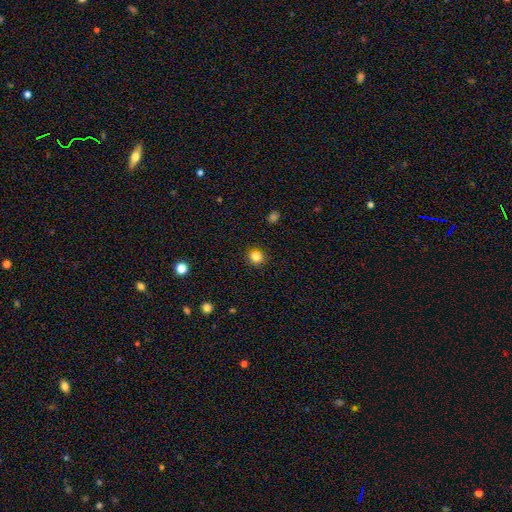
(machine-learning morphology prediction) The model was most divided on "smooth or featured": smooth: 83%, star or artifact: 13%, featured or disk: 5%. More confident: merging — none (91%); how rounded — round (88%).